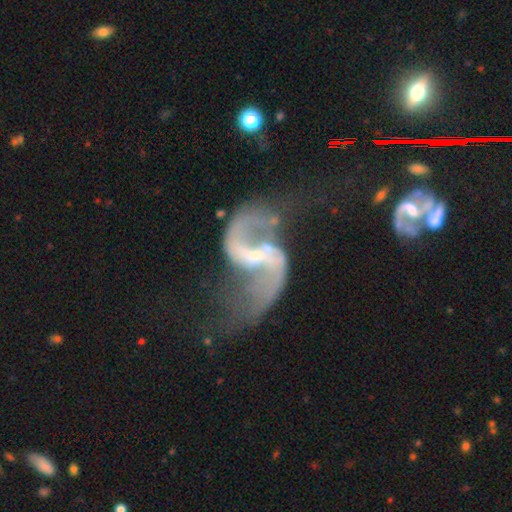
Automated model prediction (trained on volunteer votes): Smooth or featured? Predicted: featured or disk (p=0.90). Edge-on disk? Predicted: no (p=0.98). Bar? Predicted: weak (p=0.44). Spiral arms? Predicted: yes (p=0.95). Spiral winding? Predicted: loose (p=0.79). Spiral arm count? Predicted: 2 (p=0.91). Bulge size? Predicted: small (p=0.64). Merging? Predicted: none (p=0.44).